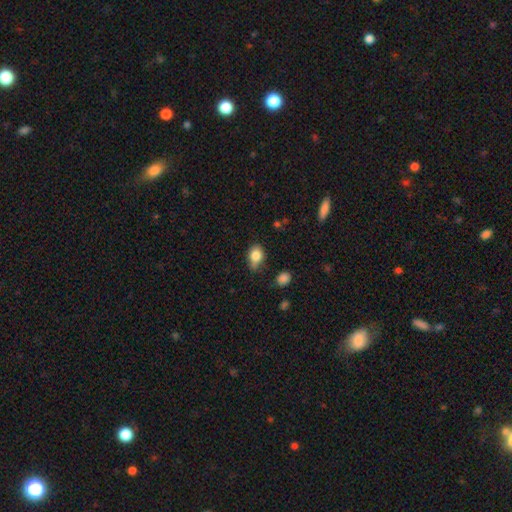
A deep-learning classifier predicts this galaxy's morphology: A smooth galaxy with no disk features (82%) that is in between round and cigar-shaped (76%). Merging: none (59%).